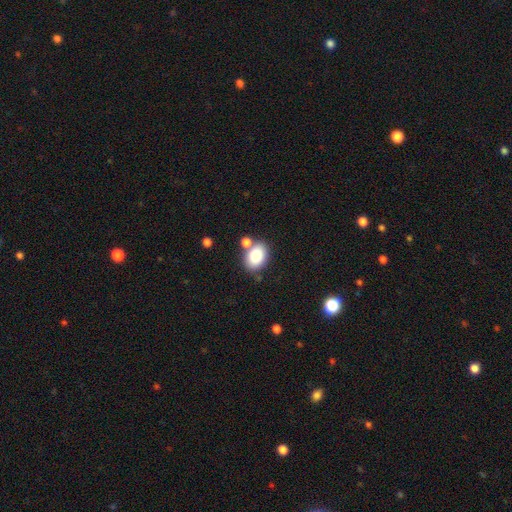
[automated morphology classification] A smooth galaxy with no disk features (82%) that is in between round and cigar-shaped (76%).

Vote fractions:
- Smooth or featured? smooth: 82% / featured or disk: 10% / star or artifact: 8%
- How rounded? in between: 76% / round: 23% / cigar-shaped: 1%
- Merging? none: 65% / merger: 18% / minor disturbance: 13% / major disturbance: 4%